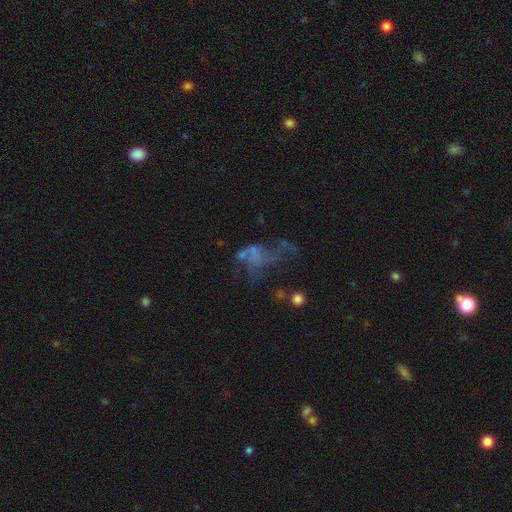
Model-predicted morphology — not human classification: A featured or disk galaxy (49%). Merging: major disturbance (49%).